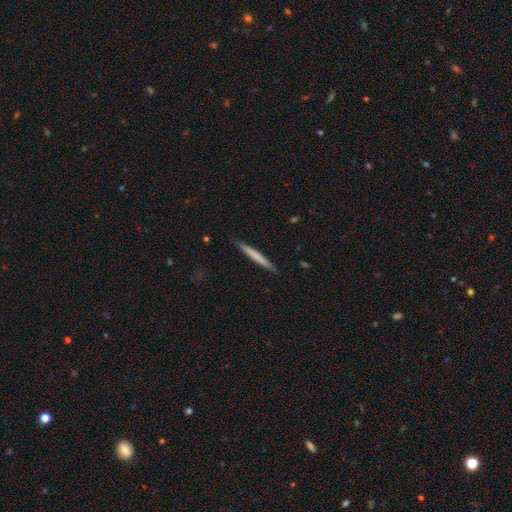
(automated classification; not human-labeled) smooth_or_featured: smooth (p=0.63) [alt: featured or disk p=0.32]
how_rounded: cigar-shaped (p=0.97) [alt: in between p=0.02]
merging: none (p=0.89) [alt: minor disturbance p=0.08]